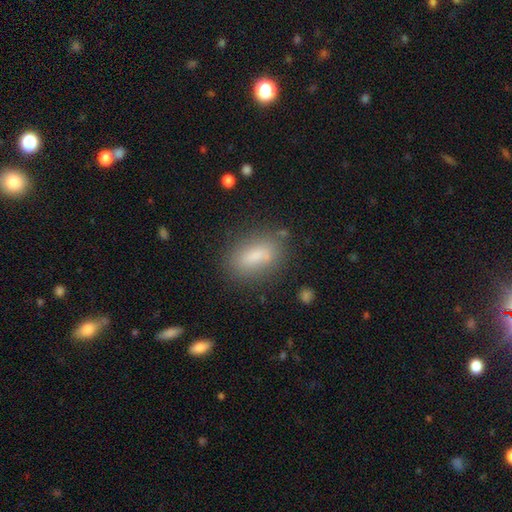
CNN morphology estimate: A smooth galaxy with no disk features (80%) that is in between round and cigar-shaped (84%). Merging: none (76%).